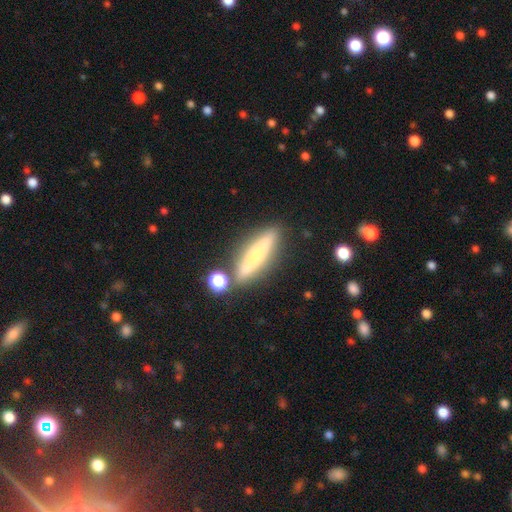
Overall: featured or disk (66%; smooth 32%). Edge-on disk: yes (96%). Edge-on bulge: rounded (88%). Merging: none (78%).